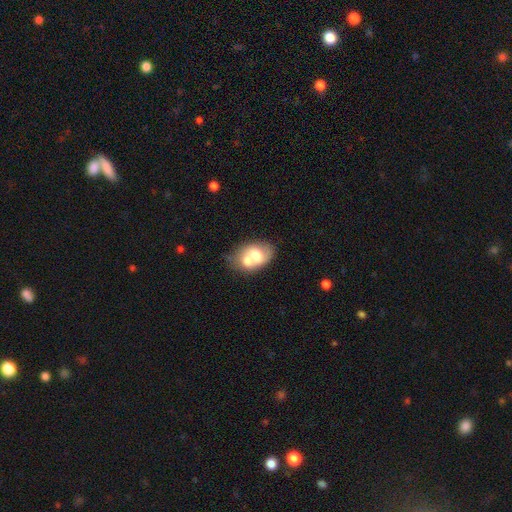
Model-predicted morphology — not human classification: A smooth galaxy with no disk features (56%) that is in between round and cigar-shaped (76%). Merging: merger (54%).